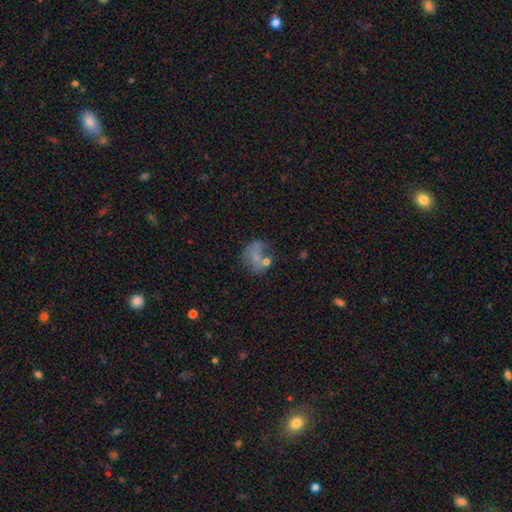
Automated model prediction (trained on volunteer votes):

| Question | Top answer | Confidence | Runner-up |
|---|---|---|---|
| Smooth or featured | smooth | 54% | featured or disk (28%) |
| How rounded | in between | 54% | round (45%) |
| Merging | none | 37% | merger (23%) |